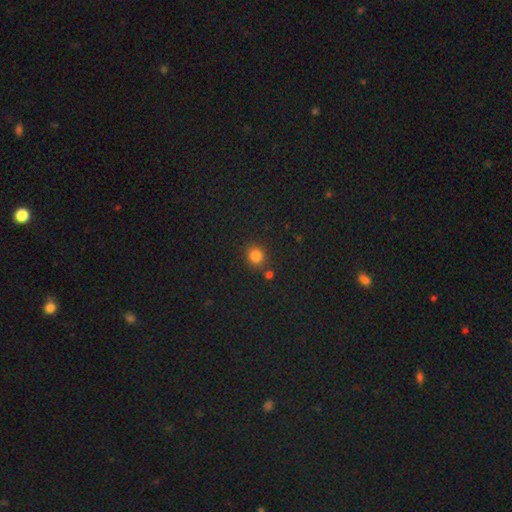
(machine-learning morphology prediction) This appears to be a smooth galaxy with no disk features (83%) that is round (83%). Merging: none (81%).